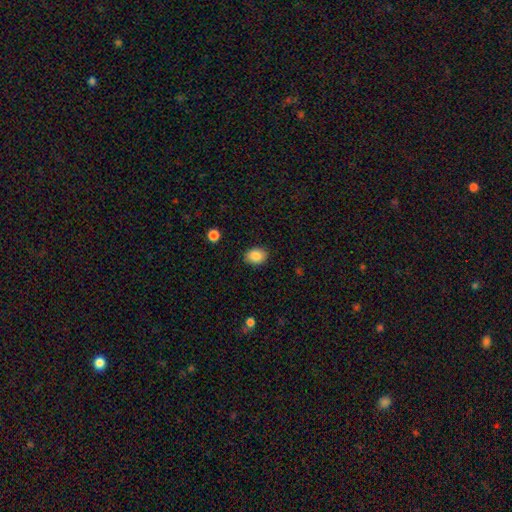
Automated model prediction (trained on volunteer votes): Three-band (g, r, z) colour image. It shows a smooth galaxy with no disk features (87%) that is in between round and cigar-shaped (64%). Merging: none (86%).